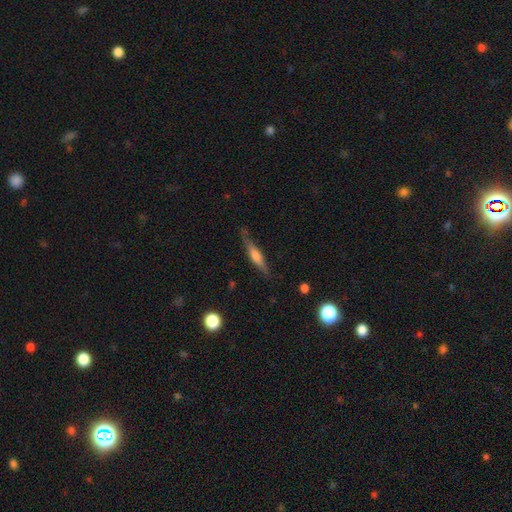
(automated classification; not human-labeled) featured or disk 57%, smooth 37%, star or artifact 7%. Down the decision tree: edge-on disk — yes (95%); edge-on bulge — rounded (68%); merging — none (79%).